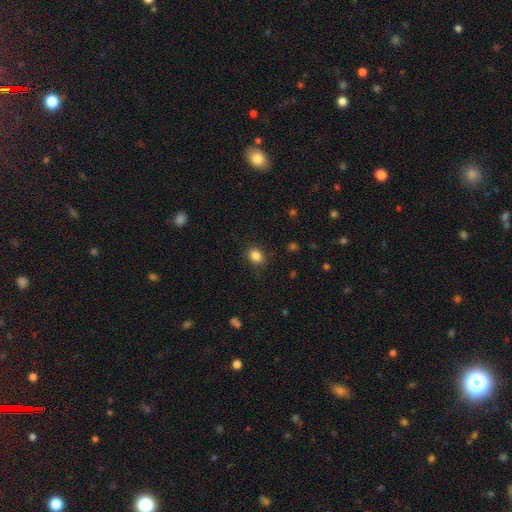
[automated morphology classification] Smooth or featured?
  - smooth: 85% *
  - star or artifact: 11%
  - featured or disk: 4%
How rounded?
  - in between: 50% *
  - round: 49%
  - cigar-shaped: 1%
Merging?
  - none: 85% *
  - minor disturbance: 11%
  - major disturbance: 3%
  - merger: 1%